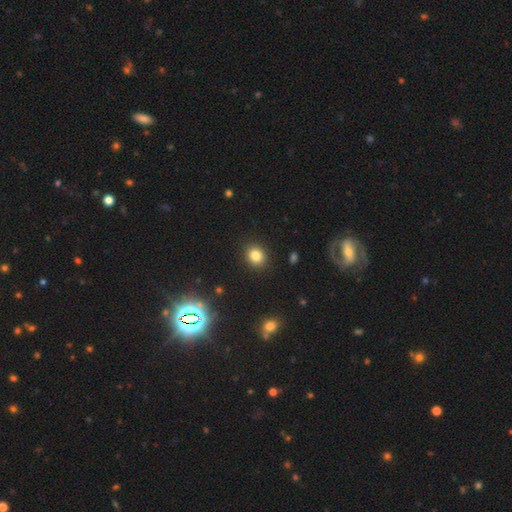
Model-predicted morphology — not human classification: Smooth or featured? smooth (81%)
How rounded? round (72%)
Merging? none (90%)